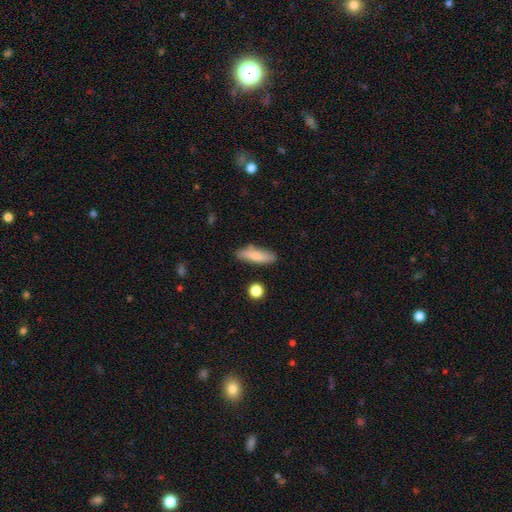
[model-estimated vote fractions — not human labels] Smooth or featured: smooth — 80% (featured or disk — 14%)
How rounded: cigar-shaped — 59% (in between — 39%)
Merging: none — 79% (minor disturbance — 15%)